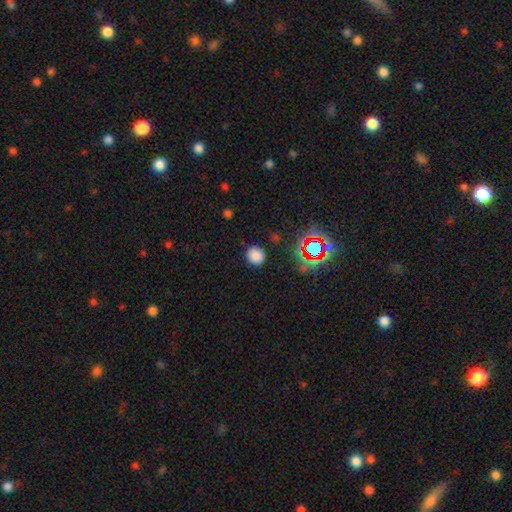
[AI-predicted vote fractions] Q: Smooth or featured?
A: smooth (79%); runner-up: star or artifact (17%)
Q: How rounded?
A: round (90%); runner-up: in between (9%)
Q: Merging?
A: none (88%); runner-up: minor disturbance (8%)